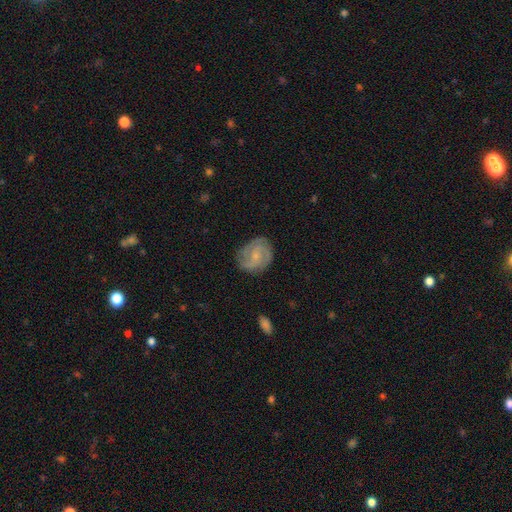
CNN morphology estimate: A featured or disk galaxy (71%) with no bar (55%), 2 (40%) medium (45%) spiral arms (92%) and a small central bulge (64%). Merging: none (77%).